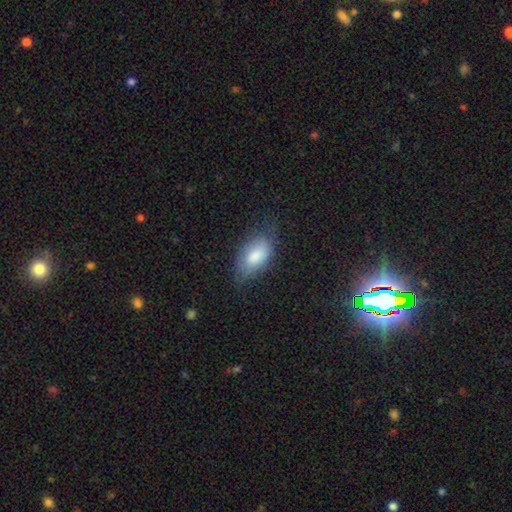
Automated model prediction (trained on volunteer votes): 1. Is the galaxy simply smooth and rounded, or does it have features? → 83% smooth, 11% featured or disk, 7% star or artifact.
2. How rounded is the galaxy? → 93% in between, 4% round, 4% cigar-shaped.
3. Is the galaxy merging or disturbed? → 64% none, 26% minor disturbance, 9% major disturbance, 1% merger.